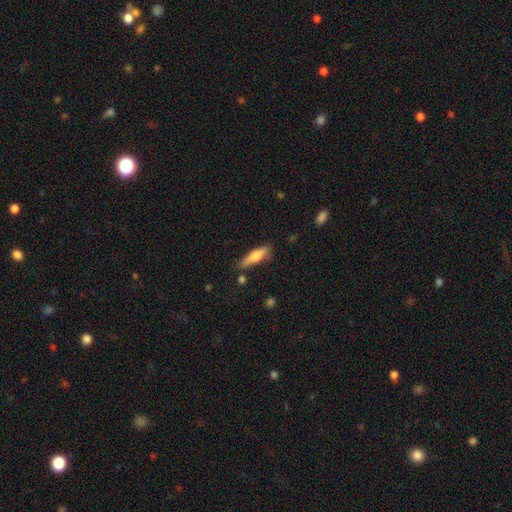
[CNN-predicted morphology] Smooth or featured?
  - smooth: 61% *
  - featured or disk: 33%
  - star or artifact: 6%
How rounded?
  - cigar-shaped: 67% *
  - in between: 31%
  - round: 2%
Merging?
  - none: 75% *
  - minor disturbance: 18%
  - major disturbance: 4%
  - merger: 4%